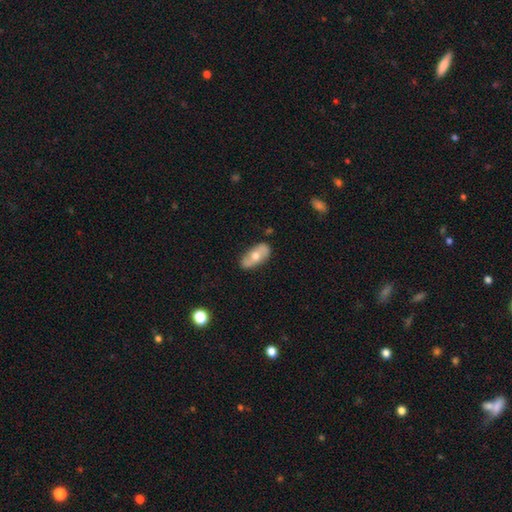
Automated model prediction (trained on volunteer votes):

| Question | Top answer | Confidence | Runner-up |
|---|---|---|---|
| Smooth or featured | featured or disk | 48% | smooth (45%) |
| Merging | none | 81% | minor disturbance (14%) |